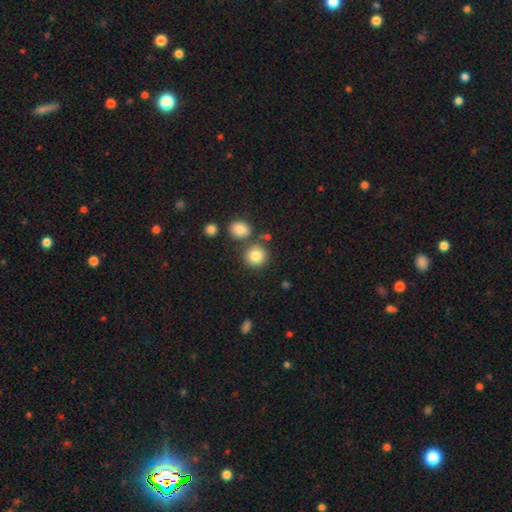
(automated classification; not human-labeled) Smooth or featured: smooth — 84% (star or artifact — 10%)
How rounded: round — 88% (in between — 11%)
Merging: none — 73% (merger — 14%)